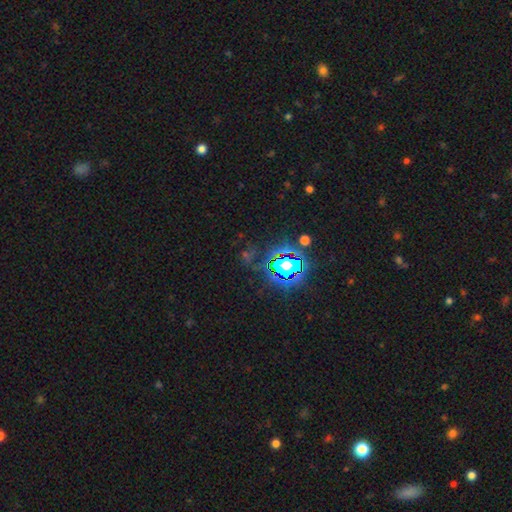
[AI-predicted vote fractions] Smooth or featured: star or artifact — 82% (smooth — 11%)